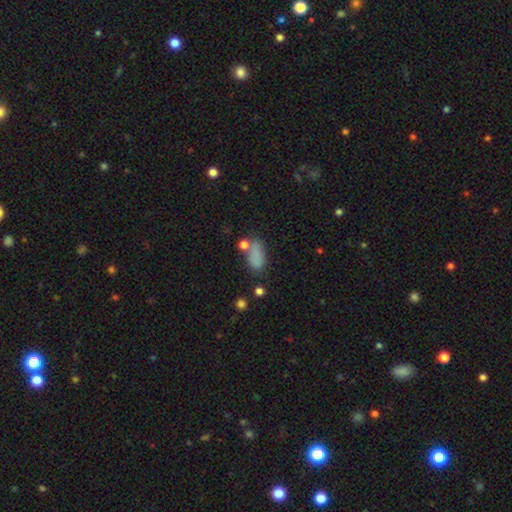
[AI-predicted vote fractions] Morphology: type=smooth (76%); roundness=in between (83%); merging=none (50%).